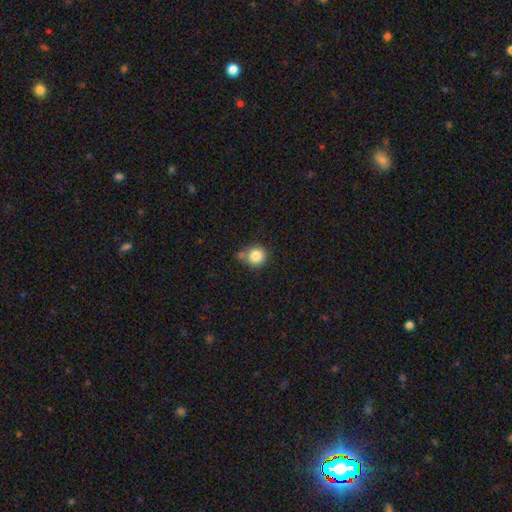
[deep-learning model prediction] This is clearly a smooth galaxy (84%). How rounded: clearly round (89%). Merging: possibly none (58%).